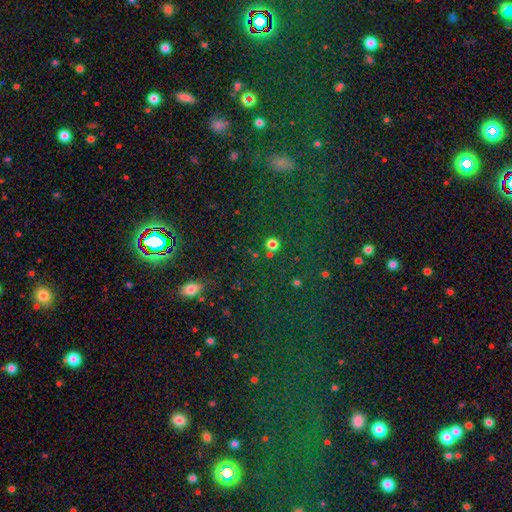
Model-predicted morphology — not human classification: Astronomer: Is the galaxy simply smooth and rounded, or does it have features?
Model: star or artifact — 62%.